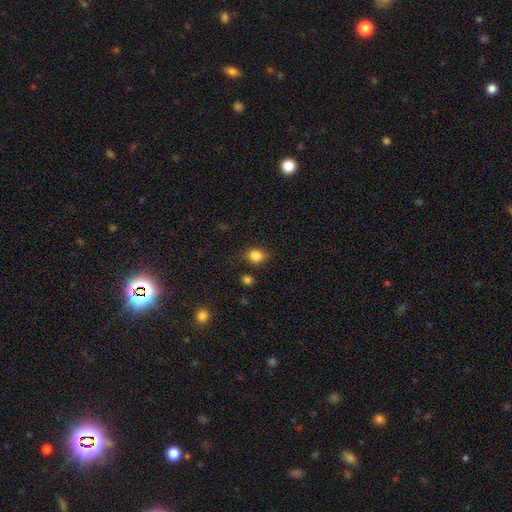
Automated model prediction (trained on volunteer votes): Morphology: type=smooth (84%); roundness=round (56%); merging=none (79%).